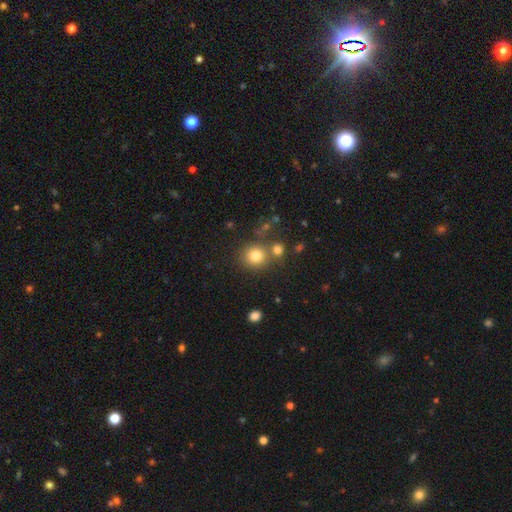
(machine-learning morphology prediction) type=smooth (79%); roundness=round (88%); merging=none (70%).